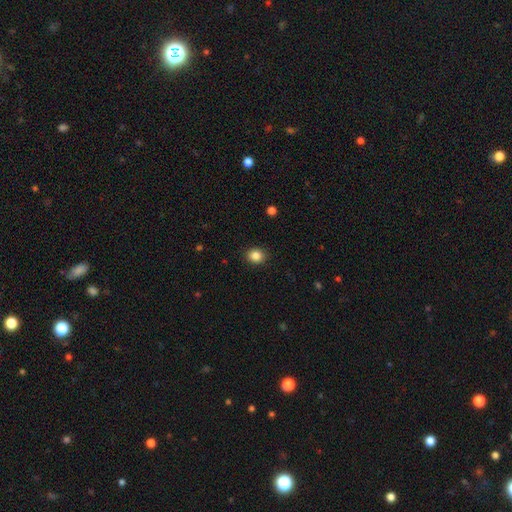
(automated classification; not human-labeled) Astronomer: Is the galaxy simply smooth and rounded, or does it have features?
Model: smooth — 85%.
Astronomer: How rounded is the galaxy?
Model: round — 68%.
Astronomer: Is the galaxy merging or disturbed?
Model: none — 91%.